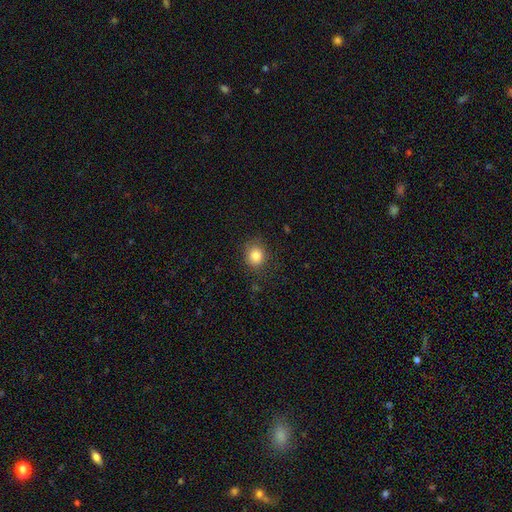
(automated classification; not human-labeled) This appears to be a smooth galaxy with no disk features (84%) that is round (73%). Merging: none (81%).